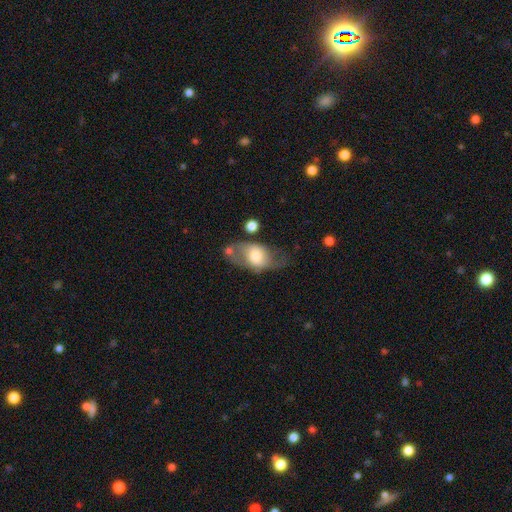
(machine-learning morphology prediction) Smooth or featured: smooth — 50% (featured or disk — 43%)
How rounded: in between — 80% (round — 17%)
Merging: none — 48% (minor disturbance — 24%)